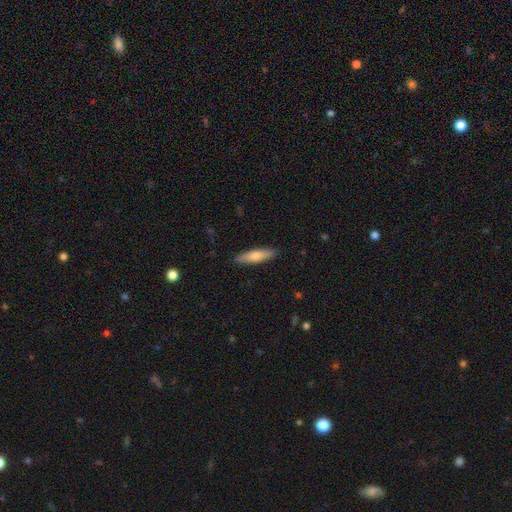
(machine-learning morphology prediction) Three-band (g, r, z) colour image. It shows a smooth galaxy with no disk features (71%) that is cigar-shaped (75%). Merging: none (89%).